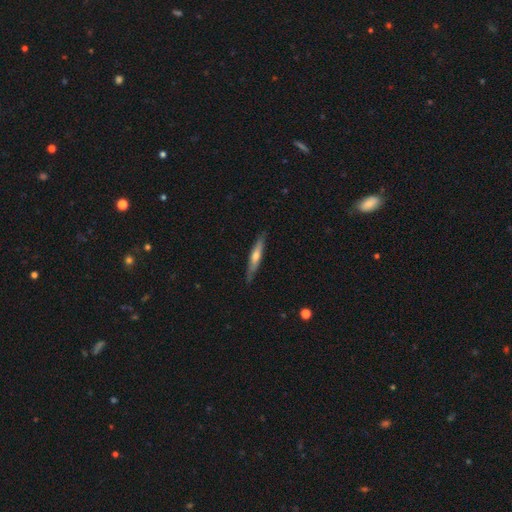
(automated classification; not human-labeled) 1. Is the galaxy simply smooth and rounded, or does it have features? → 55% featured or disk, 40% smooth, 5% star or artifact.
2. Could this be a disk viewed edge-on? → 93% yes, 7% no.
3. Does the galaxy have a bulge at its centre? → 77% rounded, 18% none, 5% boxy.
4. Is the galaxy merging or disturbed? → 87% none, 10% minor disturbance, 2% major disturbance, 1% merger.